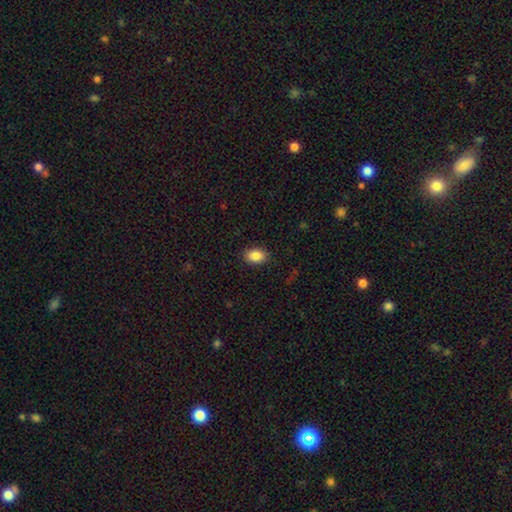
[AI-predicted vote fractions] Overall: smooth (88%). How rounded: in between (81%). Merging: none (88%).